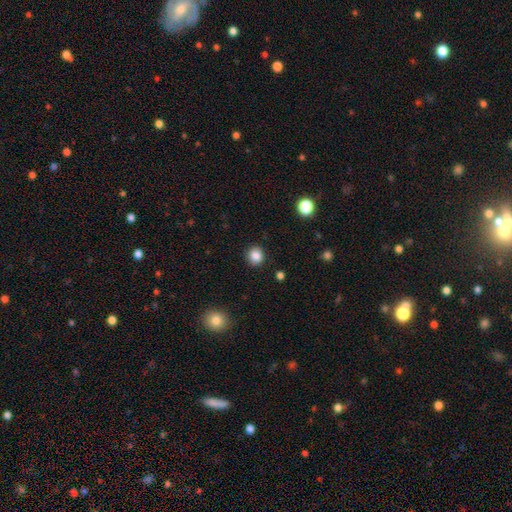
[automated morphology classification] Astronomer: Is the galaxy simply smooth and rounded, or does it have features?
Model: smooth — 86%.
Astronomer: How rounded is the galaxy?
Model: round — 81%.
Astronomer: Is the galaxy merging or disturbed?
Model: none — 89%.